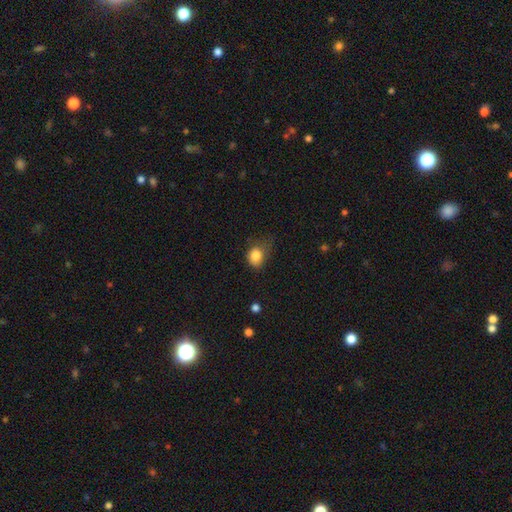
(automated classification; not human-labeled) This appears to be a smooth galaxy with no disk features (83%) that is round (50%). Merging: none (41%).